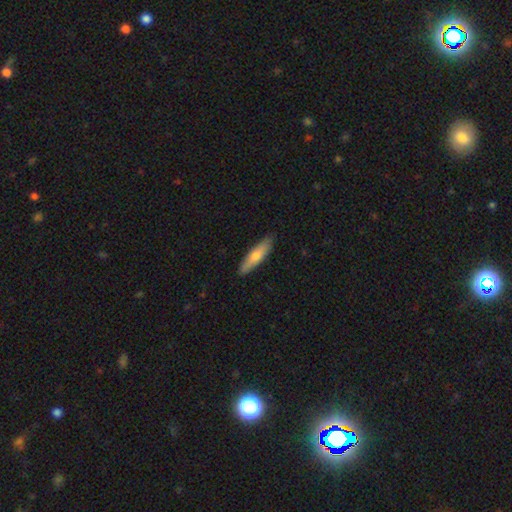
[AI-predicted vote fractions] Smooth or featured? smooth (68%)
How rounded? cigar-shaped (74%)
Merging? none (88%)